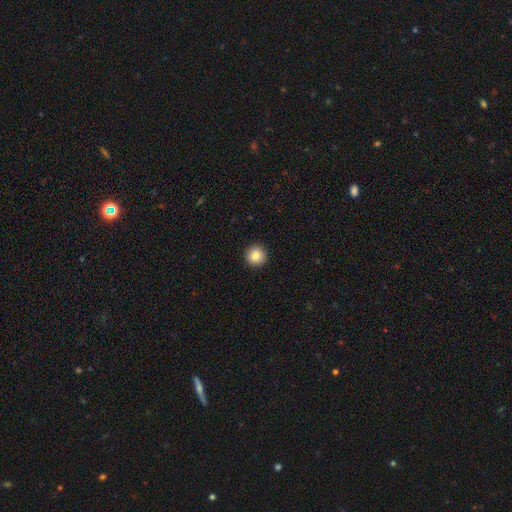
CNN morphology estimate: type=smooth (85%); roundness=round (96%); merging=none (93%).